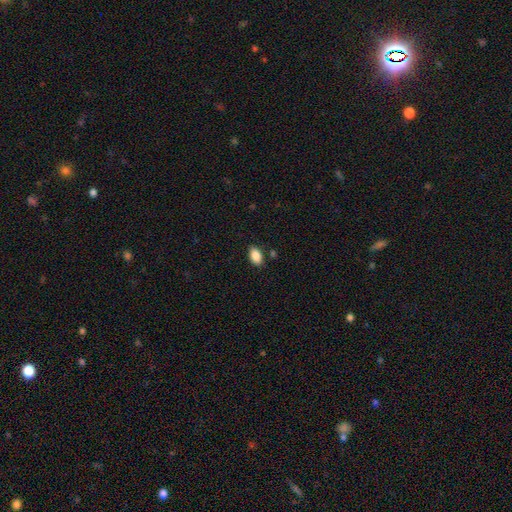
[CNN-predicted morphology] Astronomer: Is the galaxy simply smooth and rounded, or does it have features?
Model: smooth — 88%.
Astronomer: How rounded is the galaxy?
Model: in between — 91%.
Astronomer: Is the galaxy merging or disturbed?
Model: none — 85%.